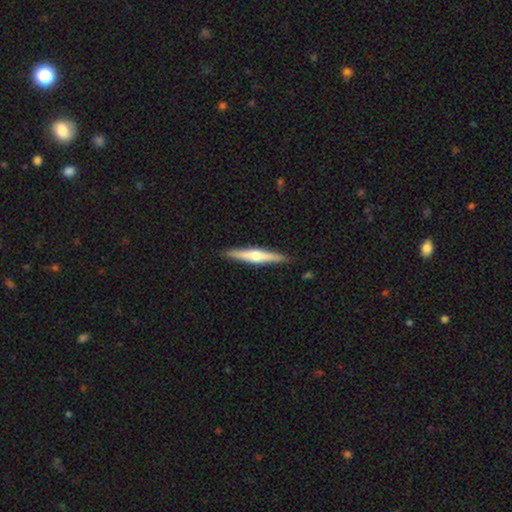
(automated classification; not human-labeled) The model was most divided on "smooth or featured": featured or disk: 62%, smooth: 33%, star or artifact: 5%. More confident: edge-on disk — yes (97%); merging — none (91%); edge-on bulge — rounded (90%).